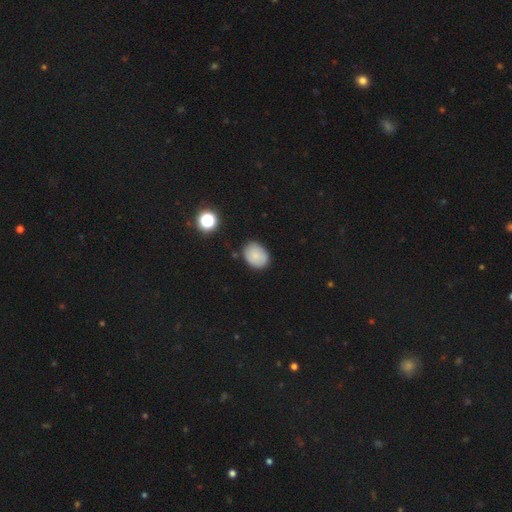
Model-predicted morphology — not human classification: This is clearly a smooth galaxy (82%). How rounded: likely in between (62%). Merging: clearly none (80%).